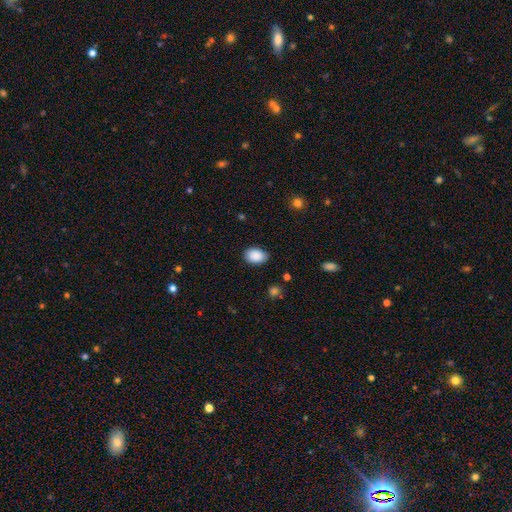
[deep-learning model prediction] Smooth or featured?
  - smooth: 90% *
  - star or artifact: 7%
  - featured or disk: 3%
How rounded?
  - in between: 81% *
  - round: 18%
  - cigar-shaped: 1%
Merging?
  - none: 83% *
  - minor disturbance: 13%
  - major disturbance: 3%
  - merger: 1%